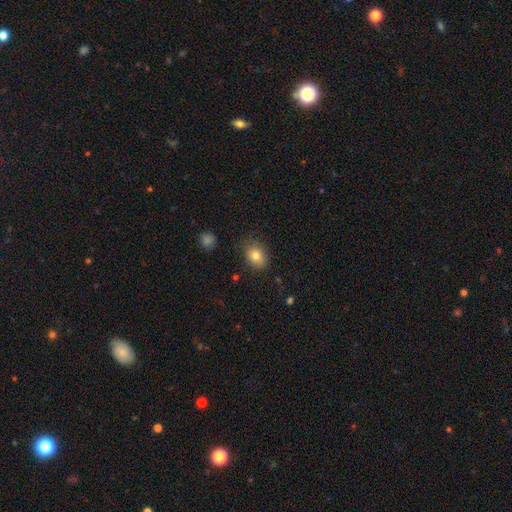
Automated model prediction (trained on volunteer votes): Smooth or featured?
  - smooth: 80% *
  - star or artifact: 10%
  - featured or disk: 10%
How rounded?
  - in between: 66% *
  - round: 33%
  - cigar-shaped: 1%
Merging?
  - none: 82% *
  - minor disturbance: 13%
  - major disturbance: 3%
  - merger: 2%